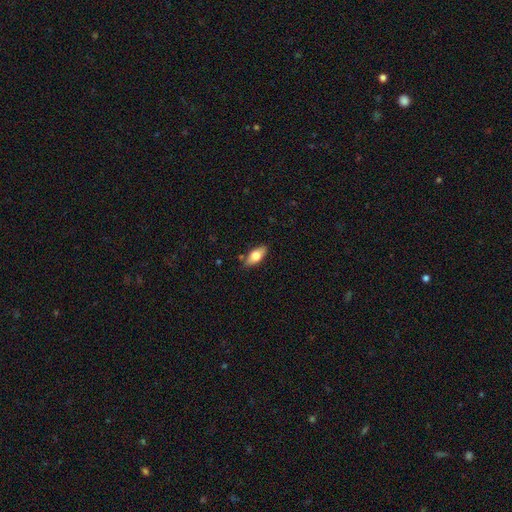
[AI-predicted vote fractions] A smooth galaxy with no disk features (70%) that is in between round and cigar-shaped (84%). Merging: none (84%).